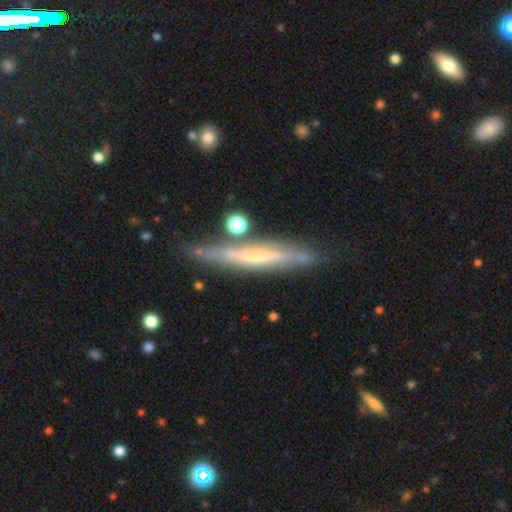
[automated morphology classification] type=featured or disk (65%); edge-on=yes (86%); edge-on bulge=none (64%); merging=none (73%).